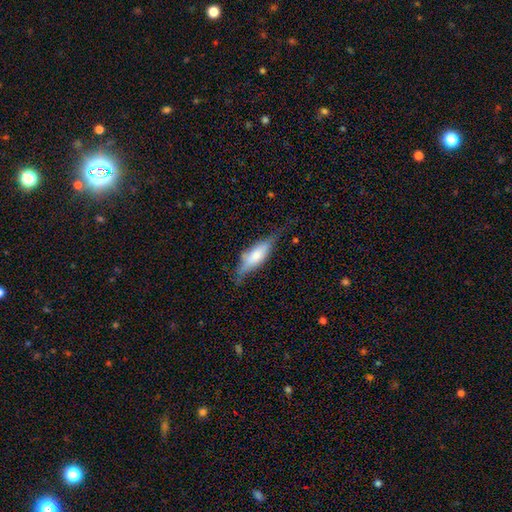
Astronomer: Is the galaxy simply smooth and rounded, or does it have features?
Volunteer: smooth — 58% (runner-up: featured or disk, 37%).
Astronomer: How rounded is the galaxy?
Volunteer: in between — 64%.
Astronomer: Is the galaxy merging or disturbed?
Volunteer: none — 39% (runner-up: minor disturbance, 33%).